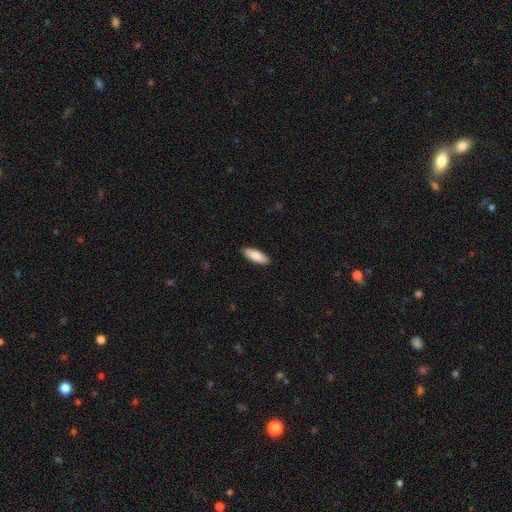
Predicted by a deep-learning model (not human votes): Smooth or featured? smooth (85%)
How rounded? in between (64%)
Merging? none (90%)